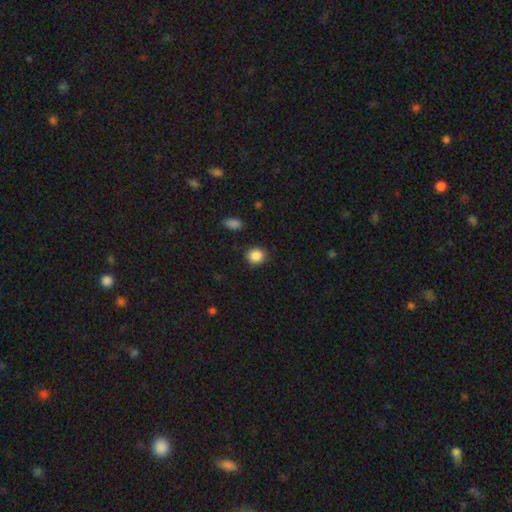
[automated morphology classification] Overall: smooth (87%). How rounded: round (78%). Merging: none (87%).